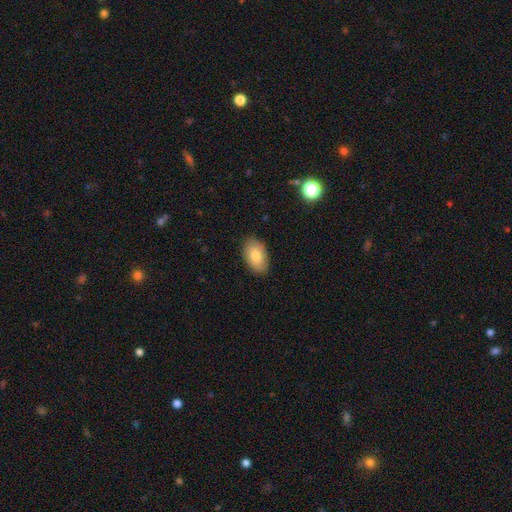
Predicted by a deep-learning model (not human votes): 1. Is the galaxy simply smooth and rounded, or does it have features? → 79% smooth, 14% featured or disk, 7% star or artifact.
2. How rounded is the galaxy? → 92% in between, 7% round, 1% cigar-shaped.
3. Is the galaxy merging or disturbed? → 86% none, 11% minor disturbance, 2% major disturbance, 1% merger.